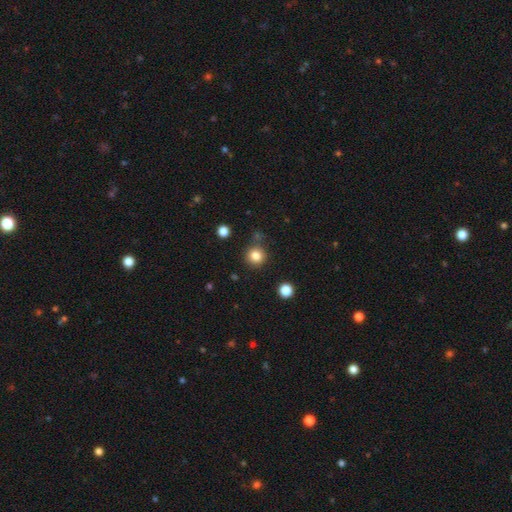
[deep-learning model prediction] The model was most divided on "merging": none: 81%, minor disturbance: 10%, merger: 6%, major disturbance: 3%. More confident: how rounded — round (92%); smooth or featured — smooth (83%).